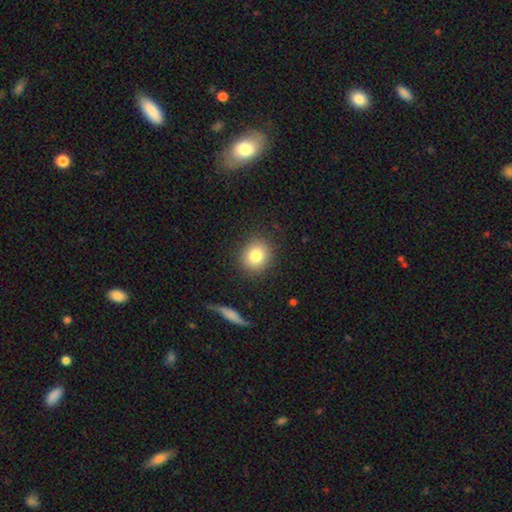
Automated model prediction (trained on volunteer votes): smooth 80%, star or artifact 10%, featured or disk 10%. Down the decision tree: how rounded — round (77%); merging — none (87%).